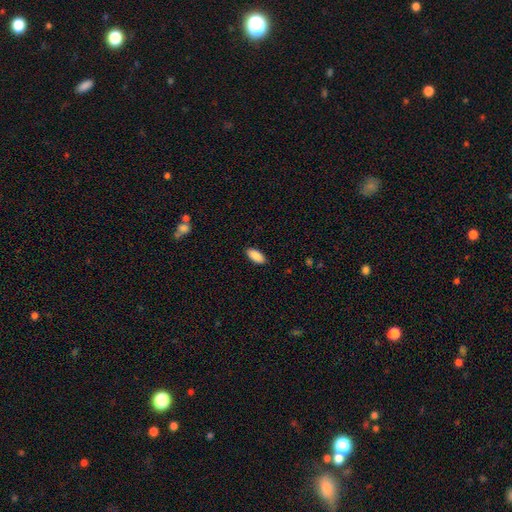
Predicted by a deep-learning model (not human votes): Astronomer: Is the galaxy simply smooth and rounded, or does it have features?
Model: smooth — 90%.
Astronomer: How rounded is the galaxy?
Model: in between — 91%.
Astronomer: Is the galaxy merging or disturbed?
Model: none — 89%.